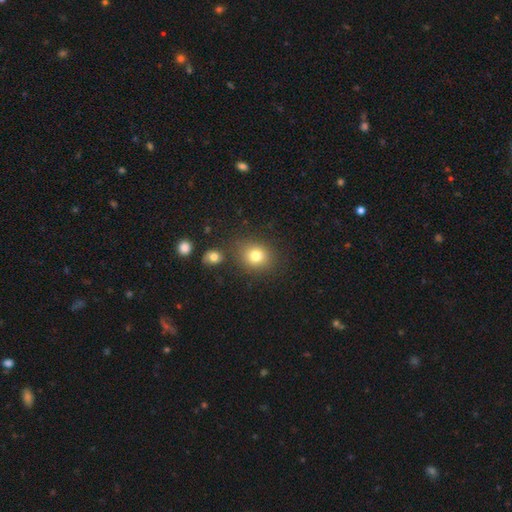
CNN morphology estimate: smooth_or_featured: smooth (p=0.79) [alt: star or artifact p=0.12]
how_rounded: round (p=0.71) [alt: in between p=0.28]
merging: none (p=0.80) [alt: minor disturbance p=0.10]